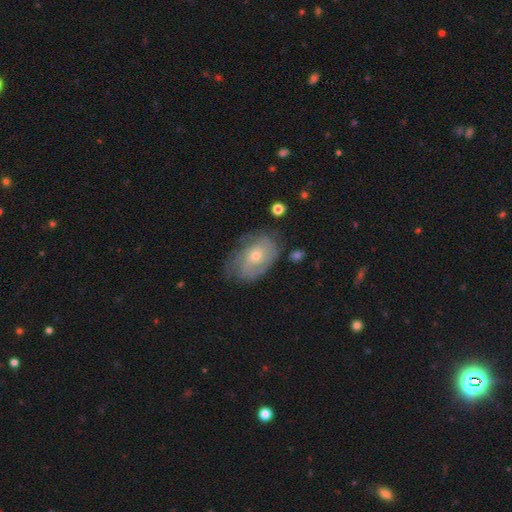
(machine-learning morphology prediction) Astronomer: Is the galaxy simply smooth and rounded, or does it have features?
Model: featured or disk — 70%.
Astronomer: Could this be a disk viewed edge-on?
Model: no — 95%.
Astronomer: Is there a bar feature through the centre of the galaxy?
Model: no — 72%.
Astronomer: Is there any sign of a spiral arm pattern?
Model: yes — 84%.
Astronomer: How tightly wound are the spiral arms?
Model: tight — 56% (runner-up: medium, 32%).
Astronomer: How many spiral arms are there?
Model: can't tell — 47% (runner-up: 2, 25%).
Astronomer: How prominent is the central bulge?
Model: small — 51% (runner-up: moderate, 46%).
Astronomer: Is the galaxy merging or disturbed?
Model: none — 65%.